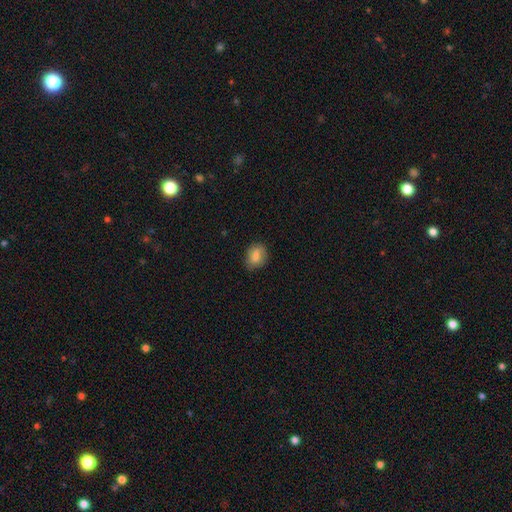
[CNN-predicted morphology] A smooth galaxy with no disk features (81%) that is in between round and cigar-shaped (66%). Merging: none (76%).